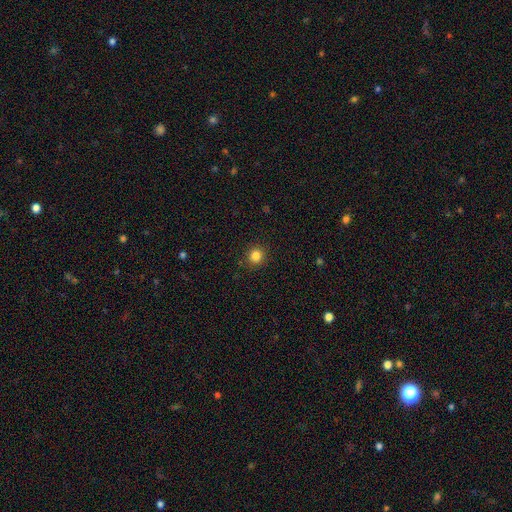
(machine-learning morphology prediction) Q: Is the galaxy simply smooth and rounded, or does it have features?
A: smooth — 84%.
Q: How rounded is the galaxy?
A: round — 90%.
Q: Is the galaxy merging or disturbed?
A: none — 91%.